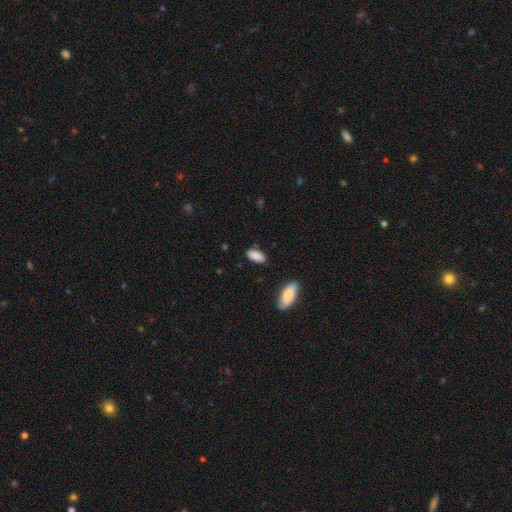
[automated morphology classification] type=smooth (89%); roundness=in between (88%); merging=none (83%).